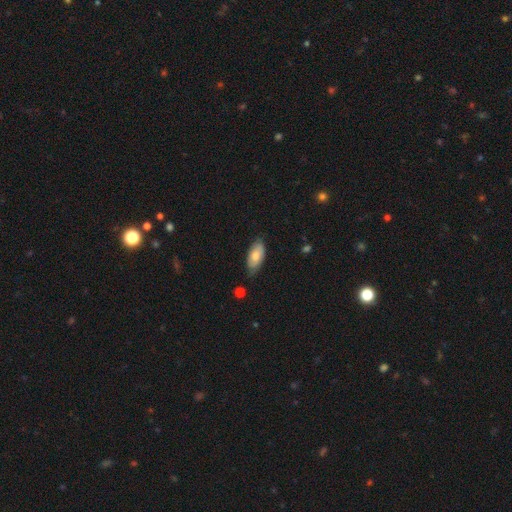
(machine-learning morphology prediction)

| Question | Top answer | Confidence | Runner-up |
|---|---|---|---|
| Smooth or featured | smooth | 72% | featured or disk (22%) |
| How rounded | in between | 91% | cigar-shaped (6%) |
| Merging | none | 73% | minor disturbance (22%) |